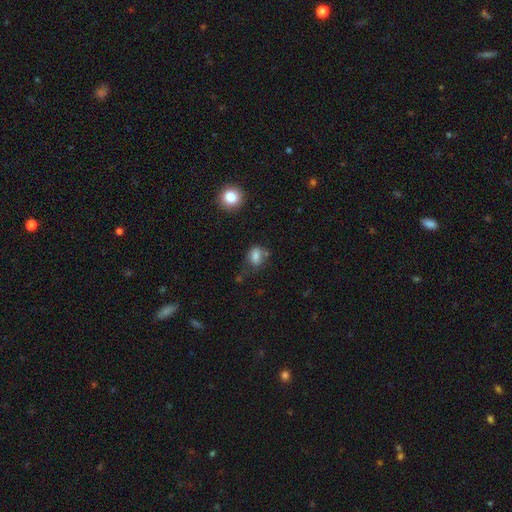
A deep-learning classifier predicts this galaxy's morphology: A smooth galaxy with no disk features (76%) that is in between round and cigar-shaped (67%).

Vote fractions:
- Smooth or featured? smooth: 76% / featured or disk: 12% / star or artifact: 12%
- How rounded? in between: 67% / round: 31% / cigar-shaped: 2%
- Merging? none: 53% / minor disturbance: 25% / merger: 11% / major disturbance: 11%